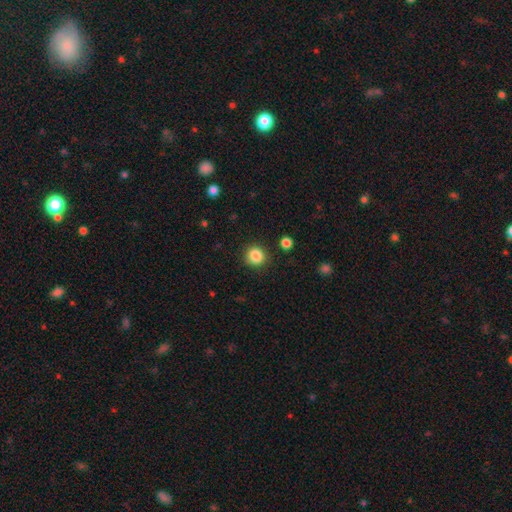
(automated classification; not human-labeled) This is clearly a smooth galaxy (86%). How rounded: clearly round (91%). Merging: clearly none (89%).